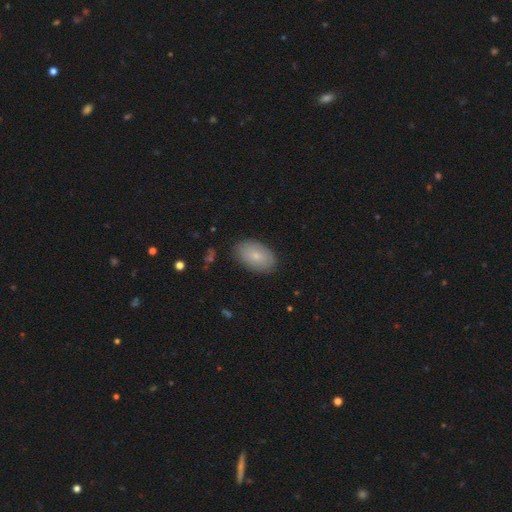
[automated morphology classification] The model was most divided on "smooth or featured": smooth: 77%, featured or disk: 16%, star or artifact: 7%. More confident: how rounded — in between (92%); merging — none (86%).